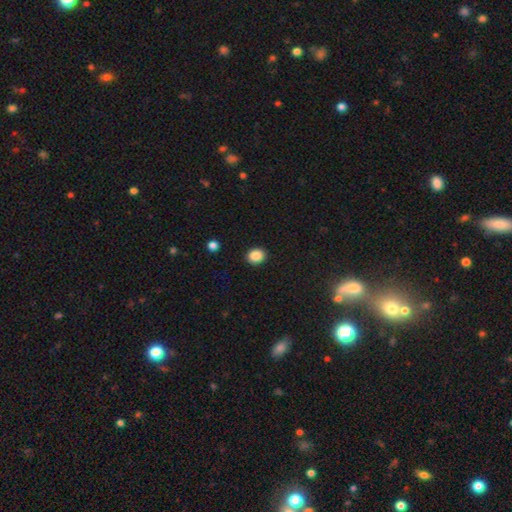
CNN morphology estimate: A smooth galaxy with no disk features (88%) that is round (62%).

Vote fractions:
- Smooth or featured? smooth: 88% / star or artifact: 9% / featured or disk: 3%
- How rounded? round: 62% / in between: 37% / cigar-shaped: 1%
- Merging? none: 91% / minor disturbance: 6% / major disturbance: 2% / merger: 1%